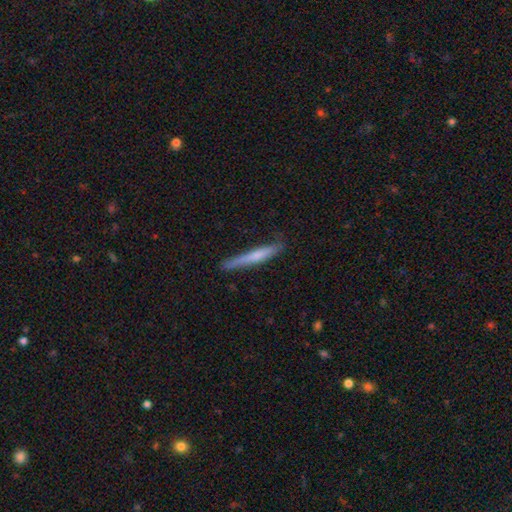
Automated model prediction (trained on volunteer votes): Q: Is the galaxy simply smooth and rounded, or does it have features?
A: smooth — 58%.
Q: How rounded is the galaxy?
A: cigar-shaped — 96%.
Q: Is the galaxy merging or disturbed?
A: none — 77%.